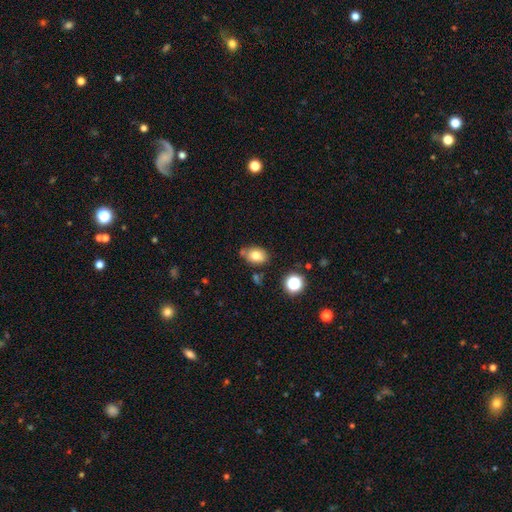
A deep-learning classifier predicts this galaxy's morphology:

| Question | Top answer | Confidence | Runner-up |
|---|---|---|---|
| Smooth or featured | smooth | 77% | featured or disk (11%) |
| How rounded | in between | 70% | round (29%) |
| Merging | none | 71% | minor disturbance (17%) |